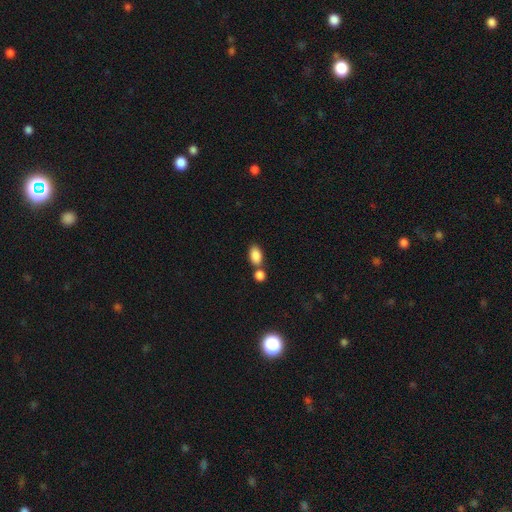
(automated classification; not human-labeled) Q: Smooth or featured?
A: smooth (87%); runner-up: star or artifact (8%)
Q: How rounded?
A: in between (89%); runner-up: round (9%)
Q: Merging?
A: none (53%); runner-up: merger (33%)